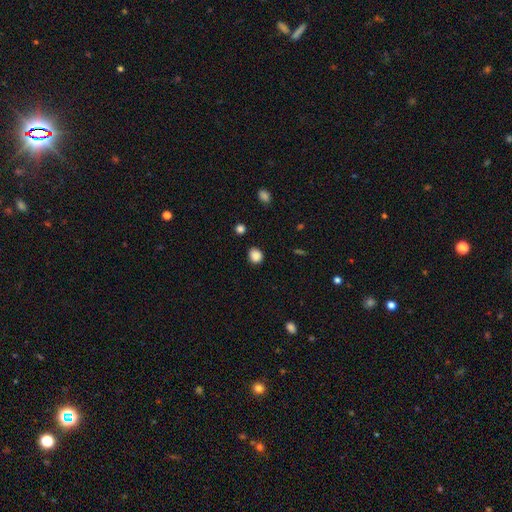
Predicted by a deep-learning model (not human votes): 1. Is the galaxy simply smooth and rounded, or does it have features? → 87% smooth, 10% star or artifact, 3% featured or disk.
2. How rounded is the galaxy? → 71% round, 28% in between, 1% cigar-shaped.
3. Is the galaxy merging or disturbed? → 85% none, 10% minor disturbance, 3% major disturbance, 2% merger.